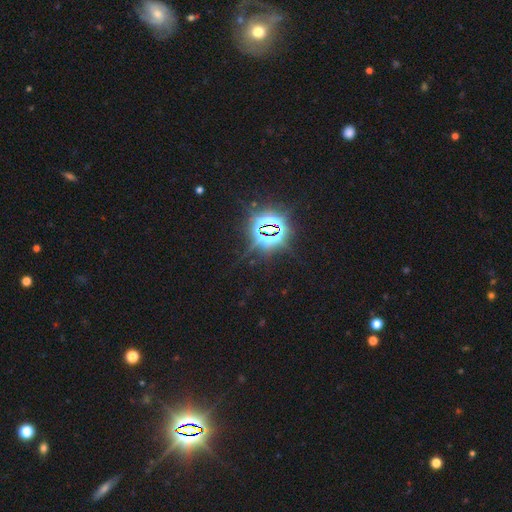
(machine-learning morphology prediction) star or artifact 83%, smooth 10%, featured or disk 7%.